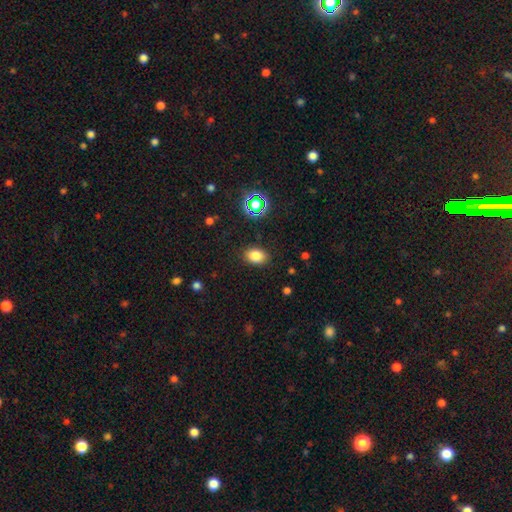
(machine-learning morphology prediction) A smooth galaxy with no disk features (81%) that is in between round and cigar-shaped (76%).

Vote fractions:
- Smooth or featured? smooth: 81% / star or artifact: 12% / featured or disk: 6%
- How rounded? in between: 76% / round: 23% / cigar-shaped: 1%
- Merging? none: 87% / minor disturbance: 9% / major disturbance: 3% / merger: 1%